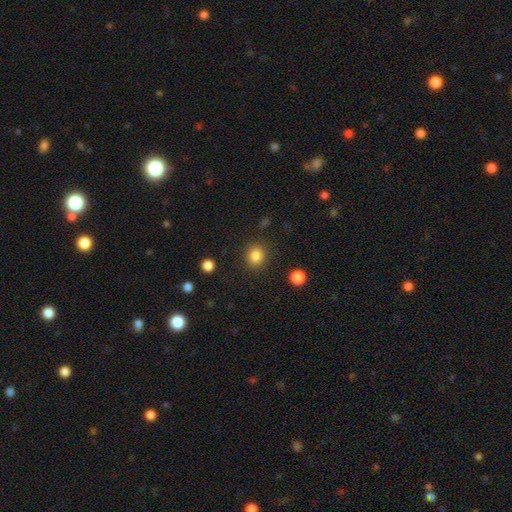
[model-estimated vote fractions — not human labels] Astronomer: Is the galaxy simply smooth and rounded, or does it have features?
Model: smooth — 84%.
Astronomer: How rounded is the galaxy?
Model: round — 85%.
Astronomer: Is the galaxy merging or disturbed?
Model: none — 88%.